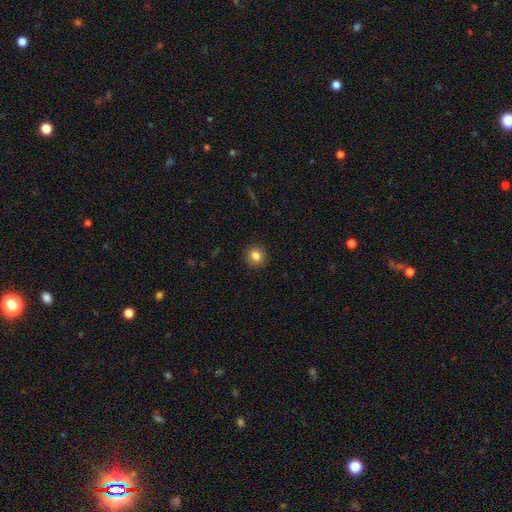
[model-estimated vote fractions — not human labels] A smooth galaxy with no disk features (84%) that is round (88%). Merging: none (91%).